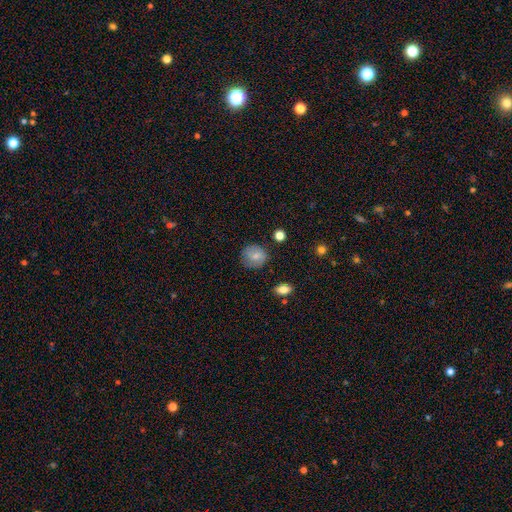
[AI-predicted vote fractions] Q: Smooth or featured?
A: smooth (70%); runner-up: featured or disk (21%)
Q: How rounded?
A: round (82%); runner-up: in between (17%)
Q: Merging?
A: none (76%); runner-up: minor disturbance (17%)